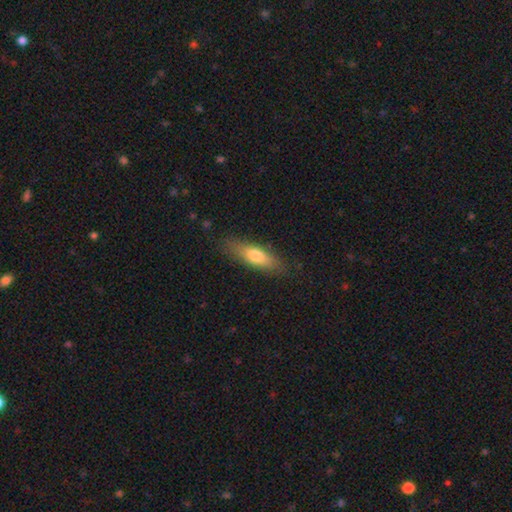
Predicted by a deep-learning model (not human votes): This is likely a smooth galaxy (71%). How rounded: possibly in between (51%). Merging: clearly none (81%).